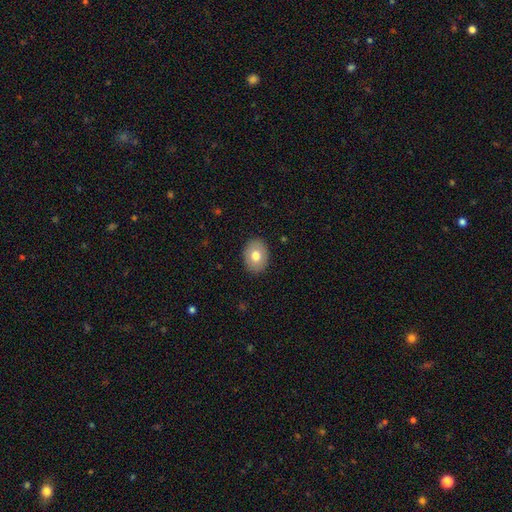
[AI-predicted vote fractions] This is likely a smooth galaxy (76%). How rounded: likely in between (63%). Merging: clearly none (89%).